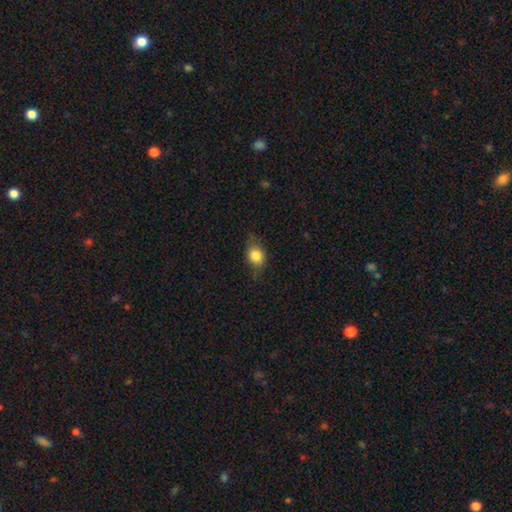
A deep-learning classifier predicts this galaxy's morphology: The model was most divided on "how rounded": in between: 52%, round: 46%, cigar-shaped: 2%. More confident: smooth or featured — smooth (80%); merging — none (66%).